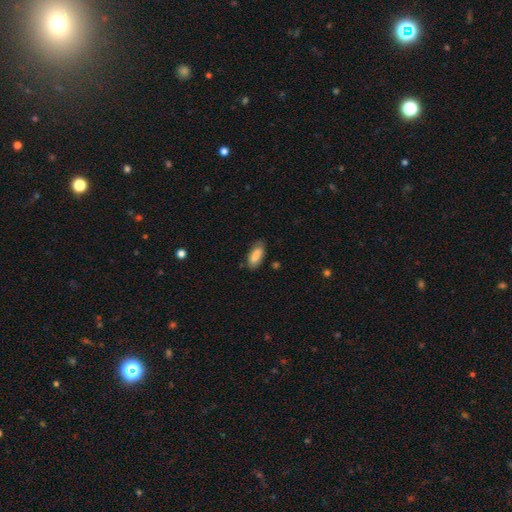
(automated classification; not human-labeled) Smooth or featured?
  - smooth: 80% *
  - featured or disk: 13%
  - star or artifact: 7%
How rounded?
  - in between: 83% *
  - cigar-shaped: 15%
  - round: 2%
Merging?
  - none: 77% *
  - minor disturbance: 17%
  - major disturbance: 4%
  - merger: 2%